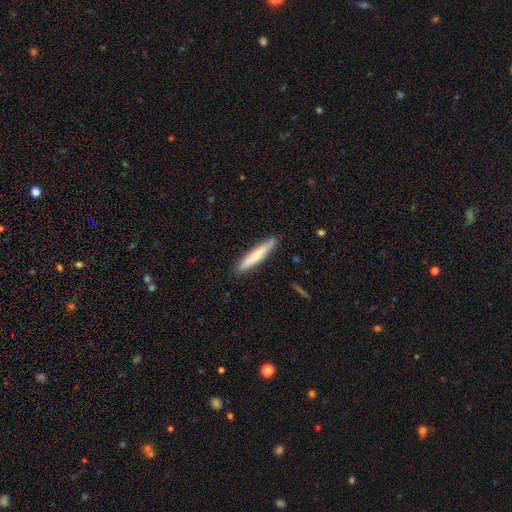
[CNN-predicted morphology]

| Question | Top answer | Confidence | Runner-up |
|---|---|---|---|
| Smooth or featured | smooth | 73% | featured or disk (21%) |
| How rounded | cigar-shaped | 93% | in between (6%) |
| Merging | none | 87% | minor disturbance (10%) |